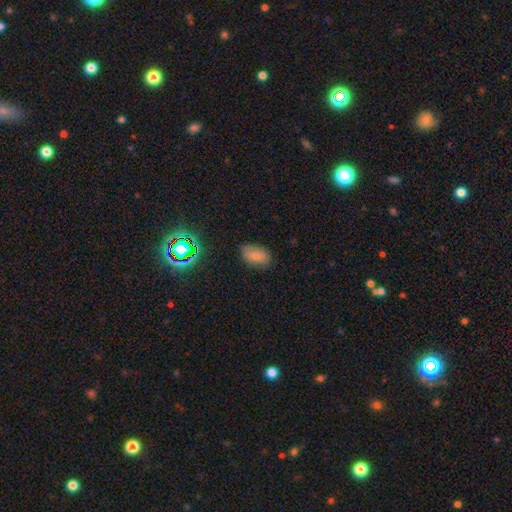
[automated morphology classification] Smooth or featured?
  - smooth: 71% *
  - featured or disk: 15%
  - star or artifact: 14%
How rounded?
  - in between: 88% *
  - round: 11%
  - cigar-shaped: 2%
Merging?
  - none: 74% *
  - minor disturbance: 20%
  - major disturbance: 5%
  - merger: 1%